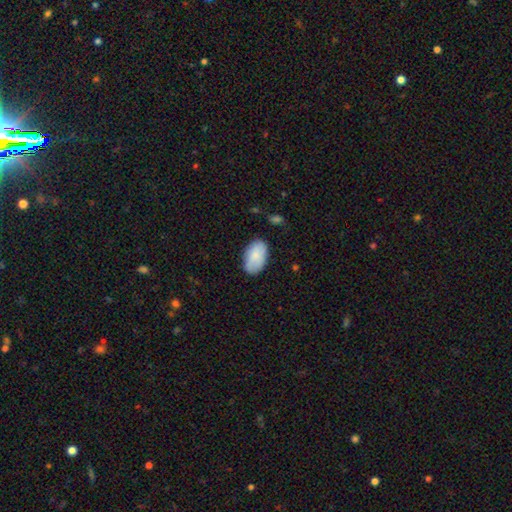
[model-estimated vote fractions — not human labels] The model was most divided on "merging": none: 79%, minor disturbance: 17%, major disturbance: 3%, merger: 1%. More confident: how rounded — in between (94%); smooth or featured — smooth (84%).